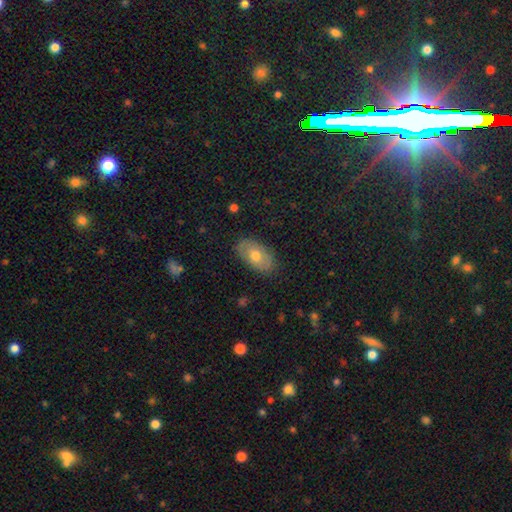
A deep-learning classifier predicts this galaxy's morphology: smooth 64%, featured or disk 29%, star or artifact 7%. Down the decision tree: how rounded — in between (93%); merging — none (84%).